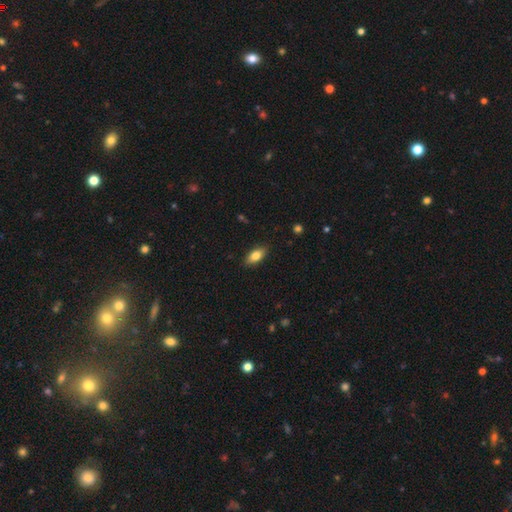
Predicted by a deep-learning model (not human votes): Smooth or featured: smooth — 81% (featured or disk — 12%)
How rounded: in between — 88% (cigar-shaped — 8%)
Merging: none — 87% (minor disturbance — 10%)